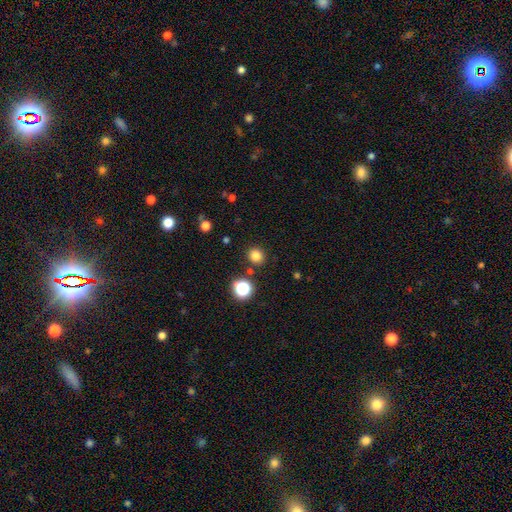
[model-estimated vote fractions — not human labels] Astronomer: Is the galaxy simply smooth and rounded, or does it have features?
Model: smooth — 80%.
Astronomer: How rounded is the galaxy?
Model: round — 89%.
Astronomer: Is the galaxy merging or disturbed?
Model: none — 88%.